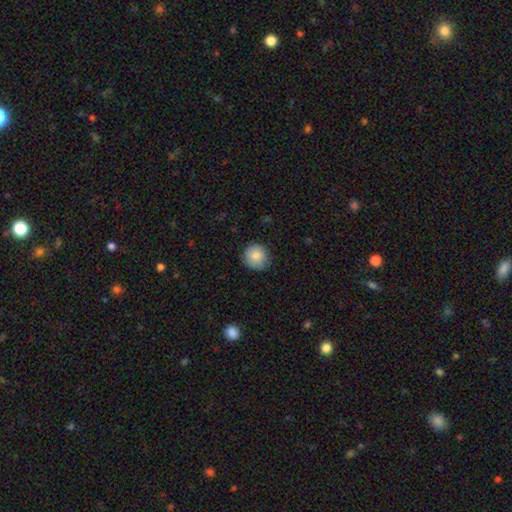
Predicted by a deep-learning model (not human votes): A smooth galaxy with no disk features (85%) that is round (91%).

Vote fractions:
- Smooth or featured? smooth: 85% / star or artifact: 8% / featured or disk: 7%
- How rounded? round: 91% / in between: 8% / cigar-shaped: 1%
- Merging? none: 83% / minor disturbance: 13% / major disturbance: 2% / merger: 1%